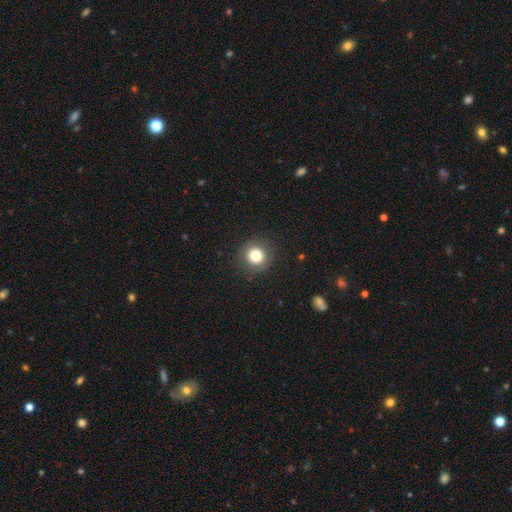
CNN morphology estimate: Overall: smooth (80%). How rounded: round (93%). Merging: none (90%).